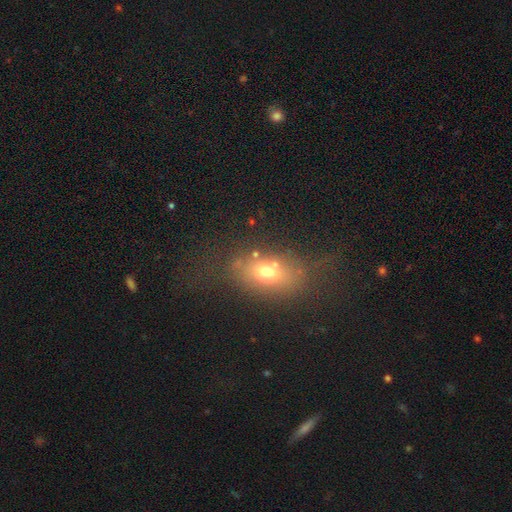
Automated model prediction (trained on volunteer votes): Q: Smooth or featured?
A: smooth (64%); runner-up: featured or disk (21%)
Q: How rounded?
A: in between (74%); runner-up: round (21%)
Q: Merging?
A: none (60%); runner-up: minor disturbance (20%)